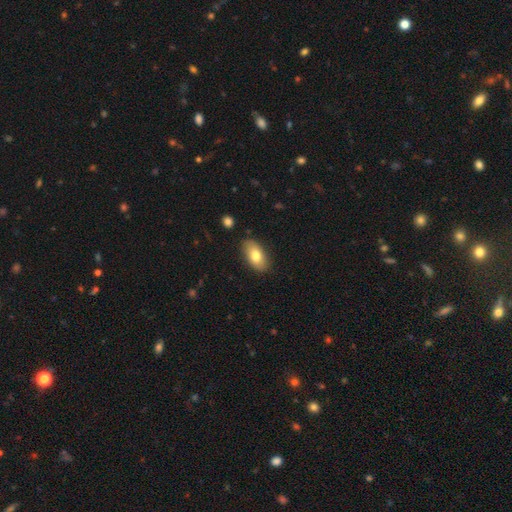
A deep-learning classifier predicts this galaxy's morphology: A smooth galaxy with no disk features (78%) that is in between round and cigar-shaped (92%). Merging: none (84%).